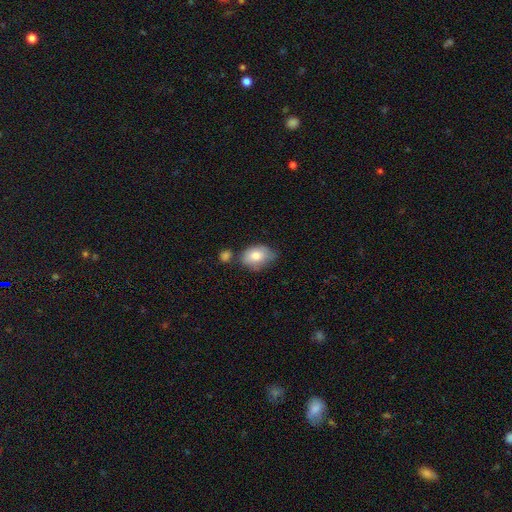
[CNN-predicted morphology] Smooth or featured: smooth — 78% (featured or disk — 15%)
How rounded: in between — 78% (round — 21%)
Merging: none — 50% (minor disturbance — 27%)